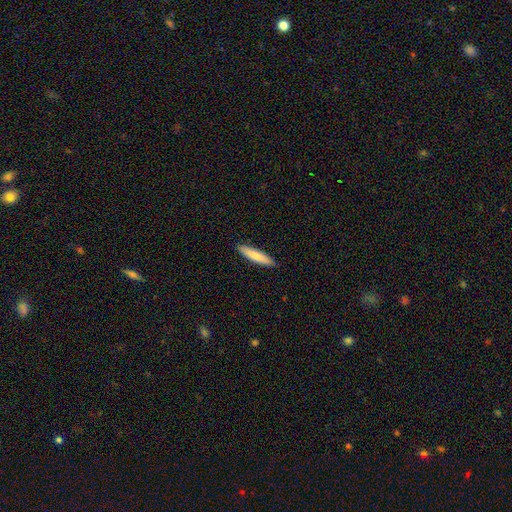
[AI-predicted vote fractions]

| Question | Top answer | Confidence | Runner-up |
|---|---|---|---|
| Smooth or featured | smooth | 82% | featured or disk (13%) |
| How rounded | cigar-shaped | 84% | in between (15%) |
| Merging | none | 90% | minor disturbance (7%) |